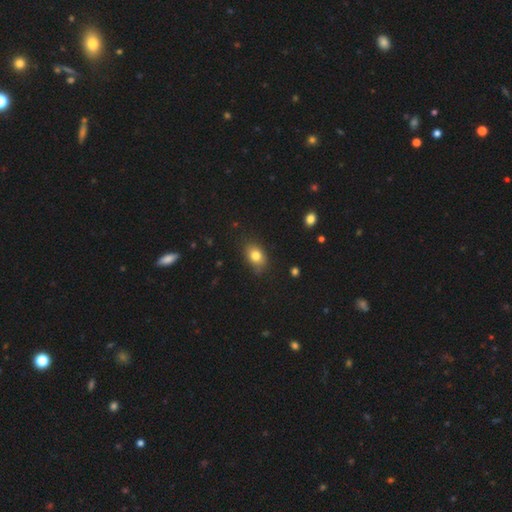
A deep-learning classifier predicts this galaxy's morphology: Smooth or featured?
  - smooth: 81% *
  - star or artifact: 10%
  - featured or disk: 9%
How rounded?
  - in between: 74% *
  - round: 24%
  - cigar-shaped: 1%
Merging?
  - none: 77% *
  - minor disturbance: 18%
  - major disturbance: 4%
  - merger: 2%